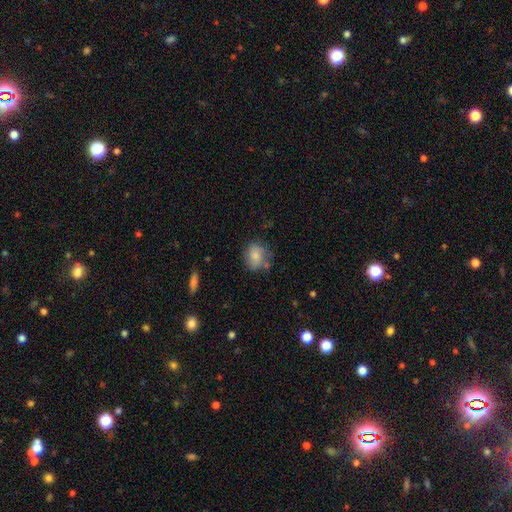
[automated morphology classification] type=smooth (79%); roundness=round (55%); merging=none (62%).